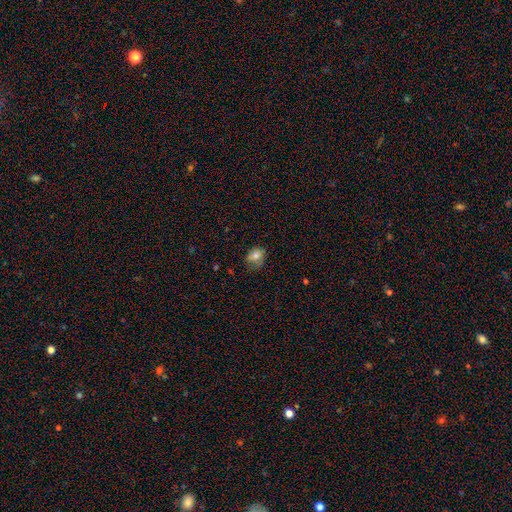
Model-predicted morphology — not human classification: Smooth or featured? Predicted: smooth (p=0.75). How rounded? Predicted: in between (p=0.57). Merging? Predicted: none (p=0.56).